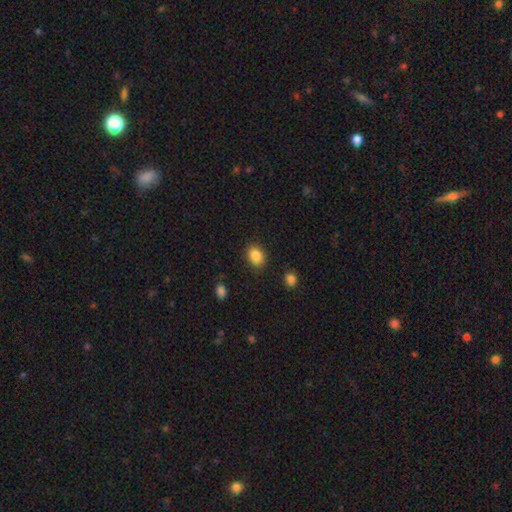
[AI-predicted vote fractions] Smooth or featured? Predicted: smooth (p=0.87). How rounded? Predicted: in between (p=0.60). Merging? Predicted: none (p=0.86).